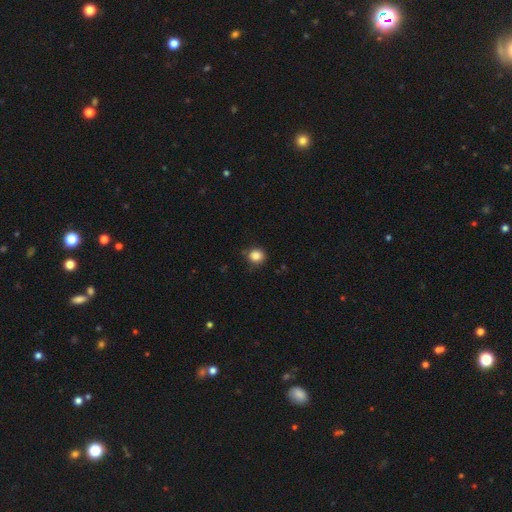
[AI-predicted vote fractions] Overall: smooth (85%). How rounded: round (86%). Merging: none (75%).